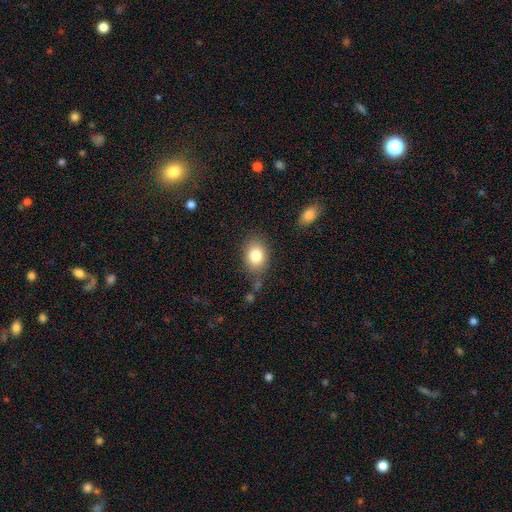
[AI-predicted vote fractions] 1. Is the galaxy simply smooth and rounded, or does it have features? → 82% smooth, 9% featured or disk, 9% star or artifact.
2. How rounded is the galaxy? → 67% in between, 32% round, 1% cigar-shaped.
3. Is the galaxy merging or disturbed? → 73% none, 17% minor disturbance, 5% major disturbance, 4% merger.